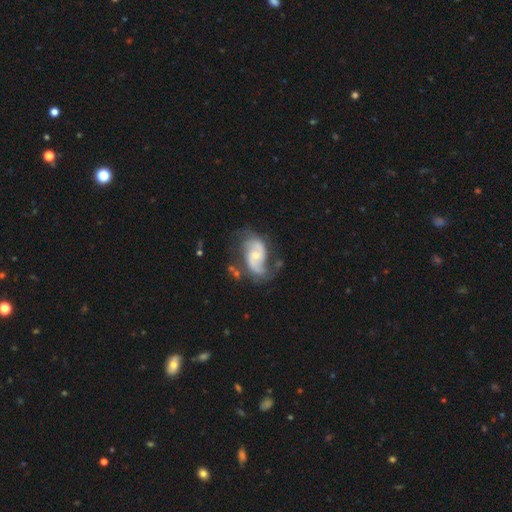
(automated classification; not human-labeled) Smooth or featured?
  - featured or disk: 80% *
  - smooth: 14%
  - star or artifact: 6%
Edge-on disk?
  - no: 97% *
  - yes: 3%
Bar?
  - no: 56% *
  - weak: 35%
  - strong: 9%
Spiral arms?
  - yes: 92% *
  - no: 8%
Spiral winding?
  - loose: 44% *
  - medium: 41%
  - tight: 15%
Spiral arm count?
  - 2: 84% *
  - can't tell: 7%
  - 1: 5%
  - 3: 2%
  - 4: 1%
  - more than 4: 1%
Bulge size?
  - small: 53% *
  - moderate: 41%
  - large: 2%
  - none: 2%
  - dominant: 1%
Merging?
  - none: 53% *
  - minor disturbance: 24%
  - major disturbance: 17%
  - merger: 6%